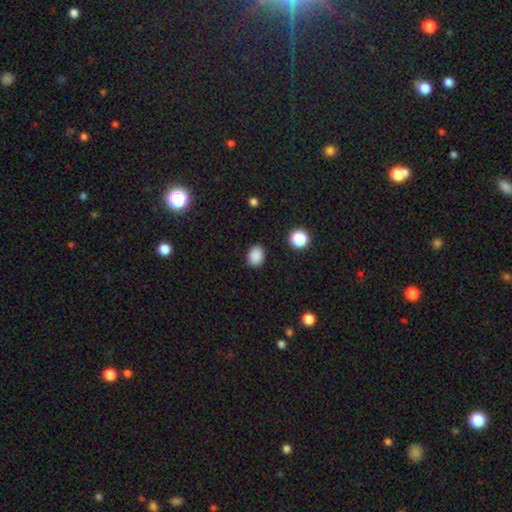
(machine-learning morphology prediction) This appears to be a smooth galaxy with no disk features (87%) that is in between round and cigar-shaped (54%). Merging: none (87%).